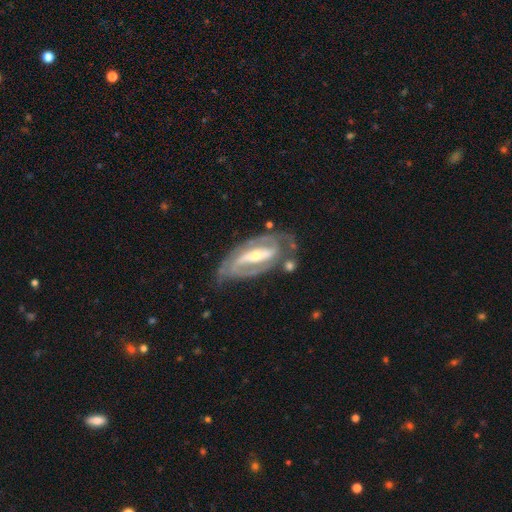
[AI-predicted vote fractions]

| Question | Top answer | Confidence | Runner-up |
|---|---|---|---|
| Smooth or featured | featured or disk | 89% | smooth (7%) |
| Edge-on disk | no | 93% | yes (7%) |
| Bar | strong | 68% | weak (21%) |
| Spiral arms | yes | 92% | no (8%) |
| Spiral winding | tight | 44% | medium (42%) |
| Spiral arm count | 2 | 85% | can't tell (7%) |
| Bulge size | small | 48% | moderate (47%) |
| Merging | none | 71% | minor disturbance (17%) |